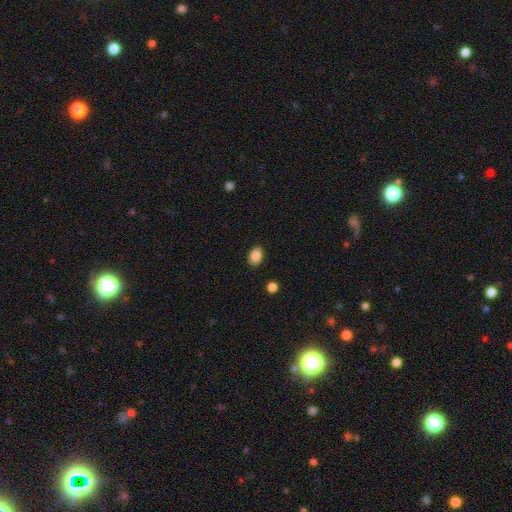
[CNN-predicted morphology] smooth_or_featured: smooth (p=0.87) [alt: star or artifact p=0.08]
how_rounded: in between (p=0.77) [alt: round p=0.22]
merging: none (p=0.89) [alt: minor disturbance p=0.08]